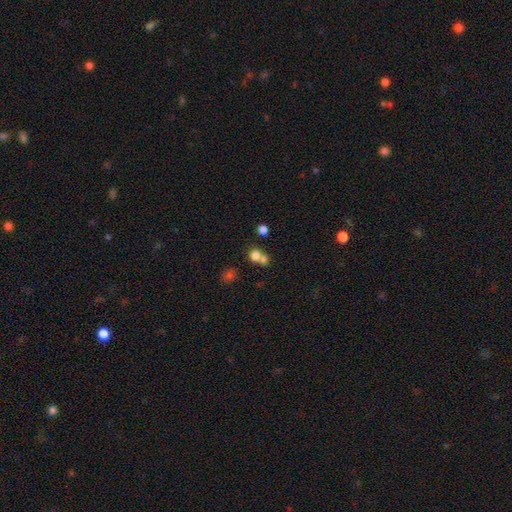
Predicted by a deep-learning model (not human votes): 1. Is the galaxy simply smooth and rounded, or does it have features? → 75% smooth, 14% star or artifact, 11% featured or disk.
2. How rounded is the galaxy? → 74% round, 25% in between, 1% cigar-shaped.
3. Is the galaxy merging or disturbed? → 50% merger, 40% none, 7% minor disturbance, 4% major disturbance.